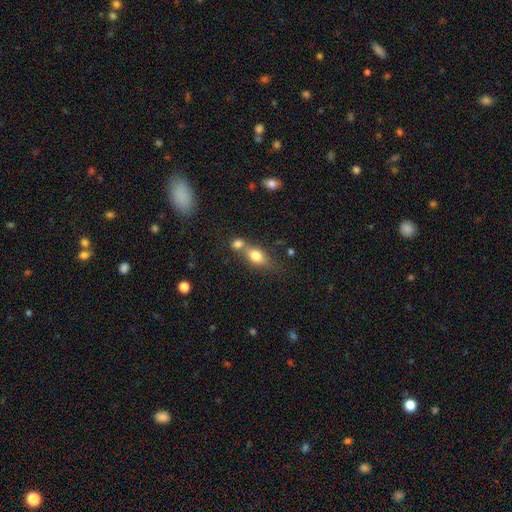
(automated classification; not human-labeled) Morphology: type=smooth (76%); roundness=in between (70%); merging=merger (47%).